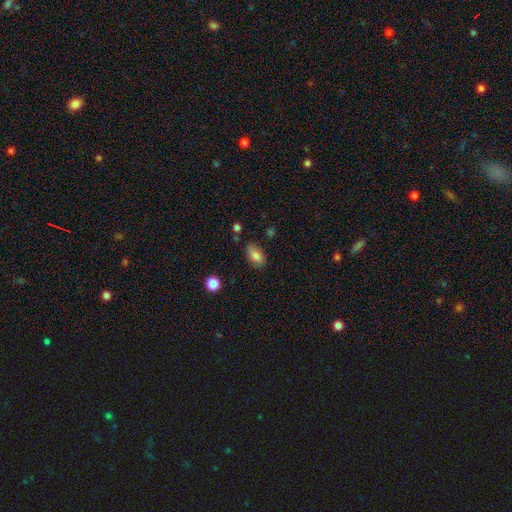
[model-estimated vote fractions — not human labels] Smooth or featured? smooth (84%)
How rounded? in between (90%)
Merging? none (77%)